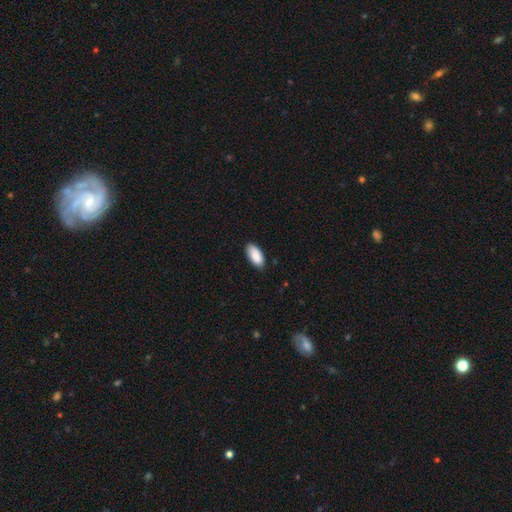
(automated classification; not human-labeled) smooth-or-featured: smooth: 89% | star or artifact: 6% | featured or disk: 5%
  how-rounded: in between: 92% | cigar-shaped: 6% | round: 2%
  merging: none: 85% | minor disturbance: 12% | major disturbance: 2% | merger: 1%